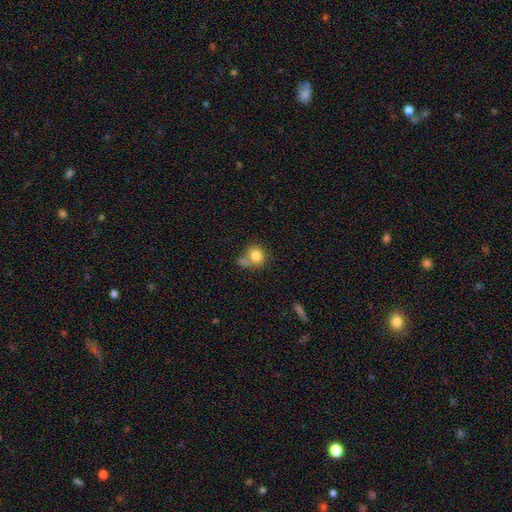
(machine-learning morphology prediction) The model was most divided on "merging": none: 43%, merger: 32%, minor disturbance: 16%, major disturbance: 9%. More confident: smooth or featured — smooth (81%); how rounded — round (72%).